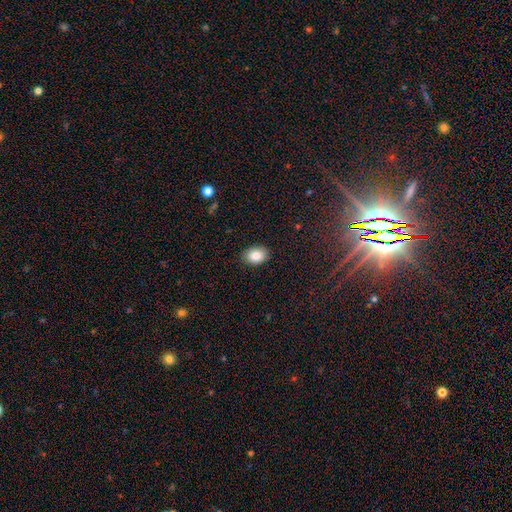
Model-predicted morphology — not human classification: A smooth galaxy with no disk features (86%) that is in between round and cigar-shaped (73%).

Vote fractions:
- Smooth or featured? smooth: 86% / star or artifact: 8% / featured or disk: 6%
- How rounded? in between: 73% / round: 27% / cigar-shaped: 1%
- Merging? none: 87% / minor disturbance: 10% / major disturbance: 2% / merger: 1%